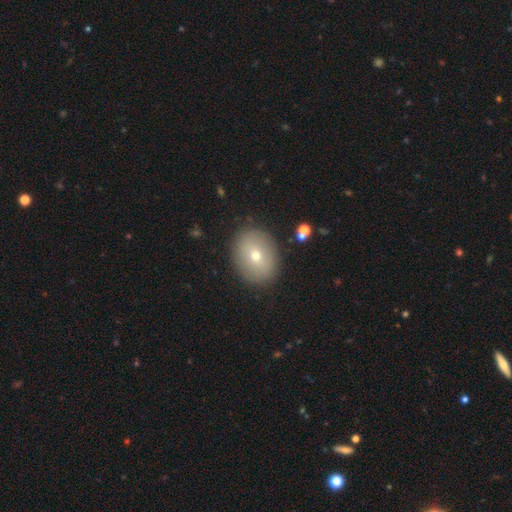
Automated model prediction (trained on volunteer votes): A smooth galaxy with no disk features (65%) that is in between round and cigar-shaped (54%).

Vote fractions:
- Smooth or featured? smooth: 65% / featured or disk: 25% / star or artifact: 11%
- How rounded? in between: 54% / round: 45% / cigar-shaped: 1%
- Merging? none: 87% / minor disturbance: 9% / major disturbance: 3% / merger: 2%